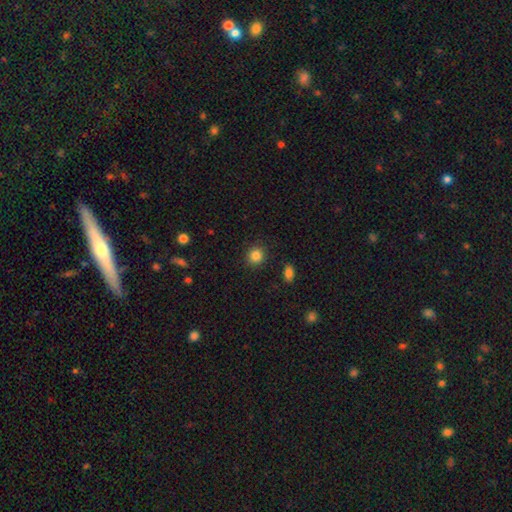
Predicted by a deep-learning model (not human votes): A smooth galaxy with no disk features (85%) that is round (88%).

Vote fractions:
- Smooth or featured? smooth: 85% / star or artifact: 10% / featured or disk: 4%
- How rounded? round: 88% / in between: 11% / cigar-shaped: 1%
- Merging? none: 90% / minor disturbance: 6% / major disturbance: 2% / merger: 1%